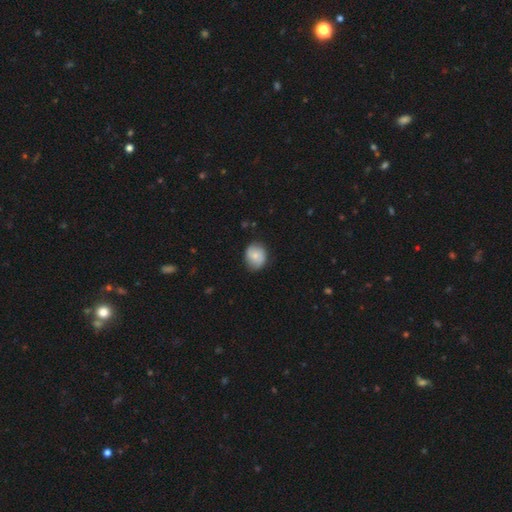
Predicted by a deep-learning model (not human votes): Overall: smooth (73%). How rounded: round (67%; in between 32%). Merging: none (75%).